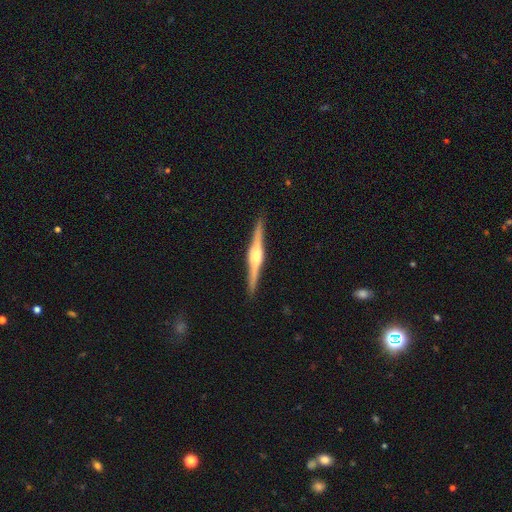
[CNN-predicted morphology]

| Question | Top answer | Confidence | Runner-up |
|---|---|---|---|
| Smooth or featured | featured or disk | 84% | smooth (12%) |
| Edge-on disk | yes | 99% | no (1%) |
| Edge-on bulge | rounded | 86% | boxy (11%) |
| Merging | none | 92% | minor disturbance (5%) |